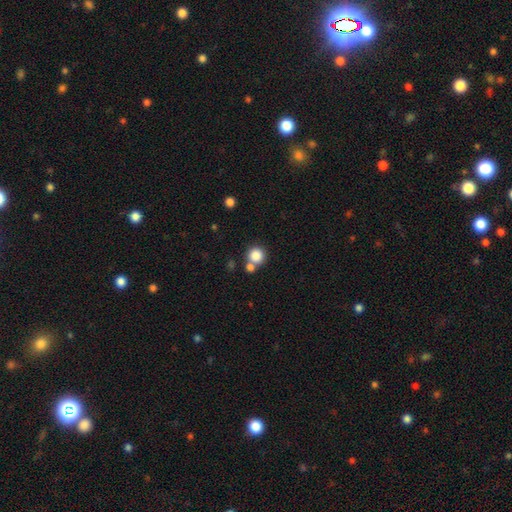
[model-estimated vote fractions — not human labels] This appears to be a smooth galaxy with no disk features (84%) that is round (93%). Merging: none (62%).